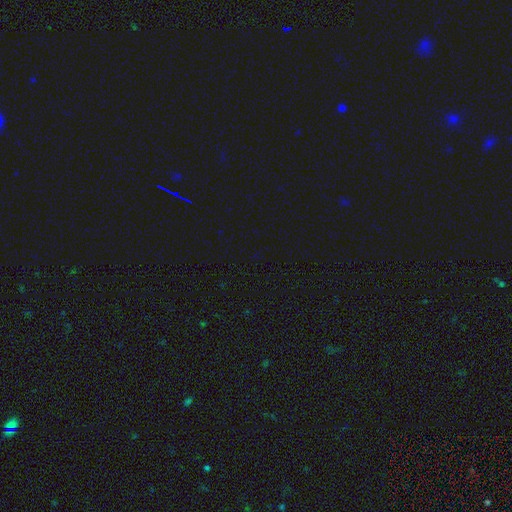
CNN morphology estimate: This is likely a star or artifact rather than a galaxy (73%).